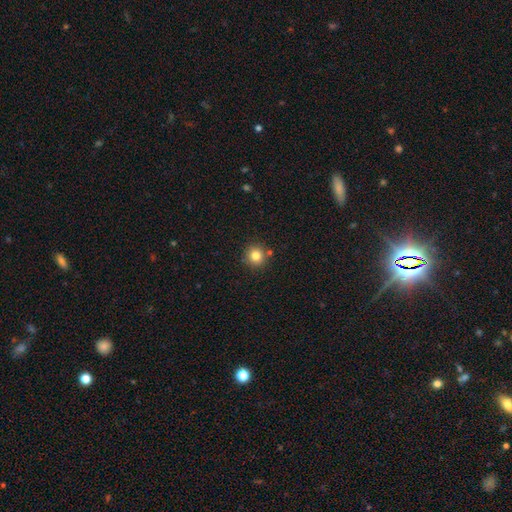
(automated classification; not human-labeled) Morphology: type=smooth (81%); roundness=round (94%); merging=none (84%).